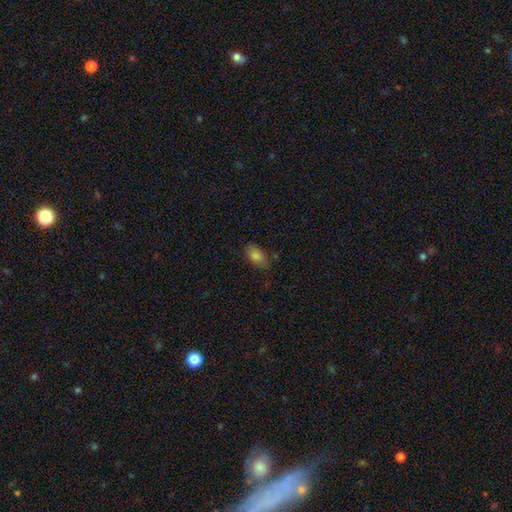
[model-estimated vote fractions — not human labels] Smooth or featured? Predicted: smooth (p=0.84). How rounded? Predicted: in between (p=0.91). Merging? Predicted: none (p=0.73).